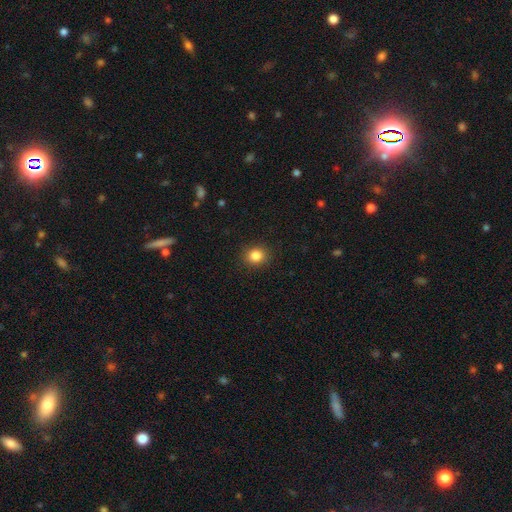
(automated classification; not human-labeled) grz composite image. It shows a smooth galaxy with no disk features (84%) that is round (81%). Merging: none (91%).